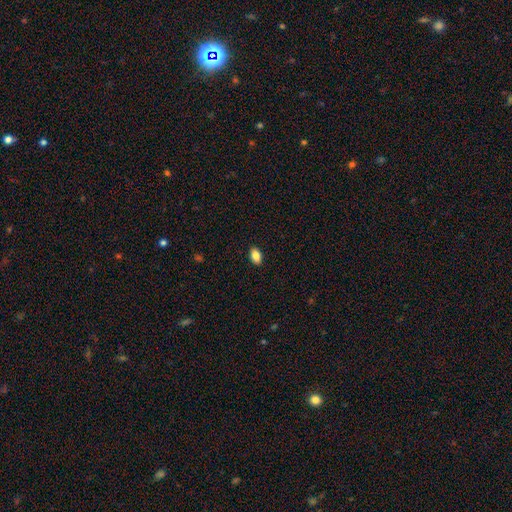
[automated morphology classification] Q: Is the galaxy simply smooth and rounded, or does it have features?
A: smooth — 84%.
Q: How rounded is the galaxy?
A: in between — 90%.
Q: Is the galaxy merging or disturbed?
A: none — 90%.